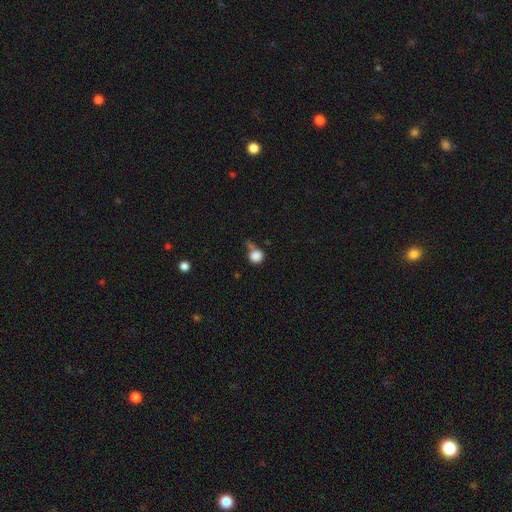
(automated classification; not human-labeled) smooth_or_featured: smooth (p=0.85) [alt: star or artifact p=0.10]
how_rounded: round (p=0.91) [alt: in between p=0.08]
merging: none (p=0.55) [alt: minor disturbance p=0.20]